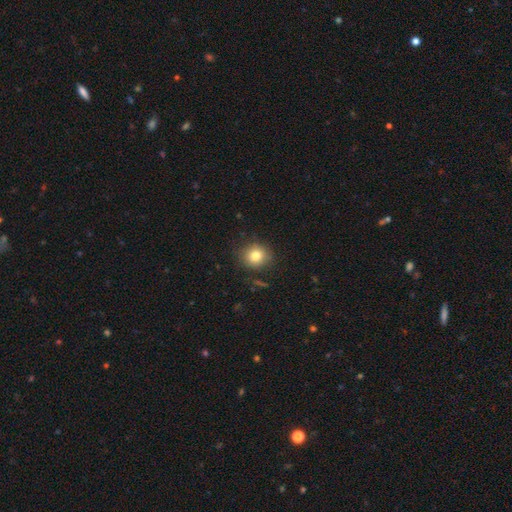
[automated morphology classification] This appears to be a smooth galaxy with no disk features (80%) that is round (84%). Merging: none (86%).